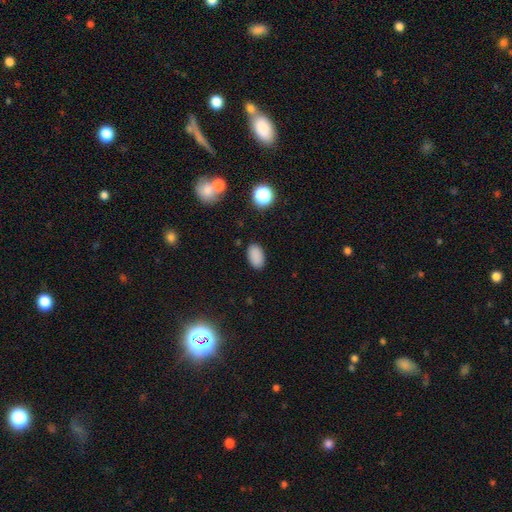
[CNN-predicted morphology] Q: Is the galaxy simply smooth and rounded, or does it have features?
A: smooth — 85%.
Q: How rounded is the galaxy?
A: in between — 93%.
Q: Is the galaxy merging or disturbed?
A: none — 87%.